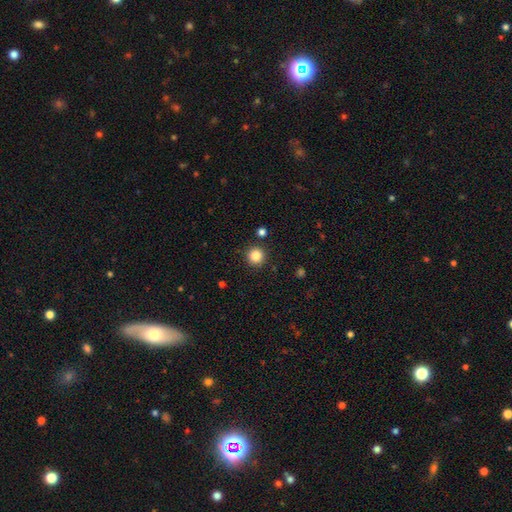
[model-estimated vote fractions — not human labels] smooth 84%, star or artifact 11%, featured or disk 5%. Down the decision tree: how rounded — round (95%); merging — none (90%).